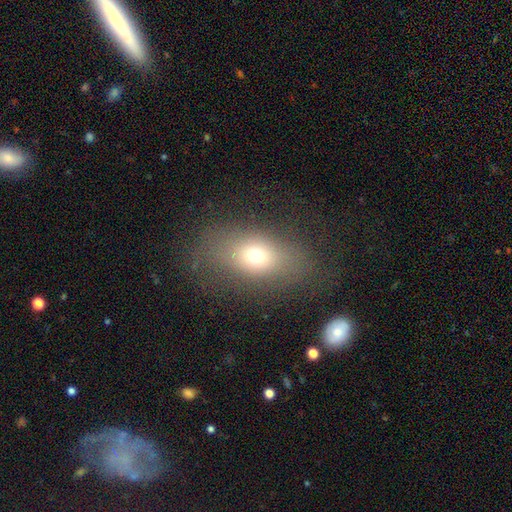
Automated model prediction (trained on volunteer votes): smooth-or-featured: smooth: 66% | featured or disk: 18% | star or artifact: 16%
  how-rounded: in between: 73% | round: 23% | cigar-shaped: 4%
  merging: none: 69% | minor disturbance: 16% | major disturbance: 13% | merger: 2%